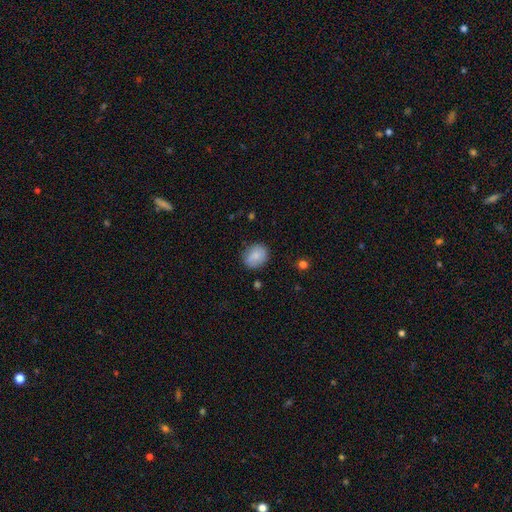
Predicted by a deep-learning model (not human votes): Overall: smooth (84%). How rounded: round (61%; in between 38%). Merging: none (78%).